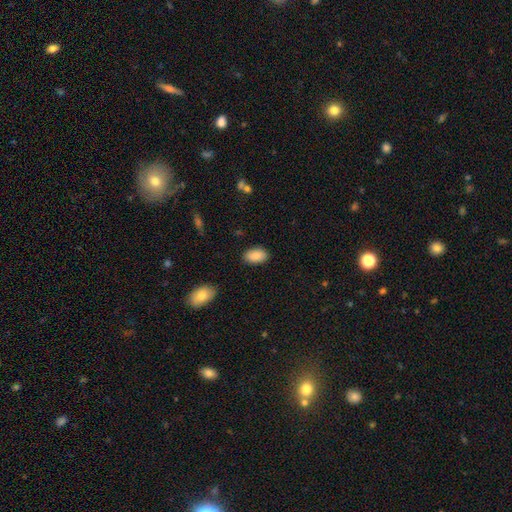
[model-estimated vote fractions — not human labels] smooth 88%, star or artifact 7%, featured or disk 5%. Down the decision tree: how rounded — in between (93%); merging — none (87%).